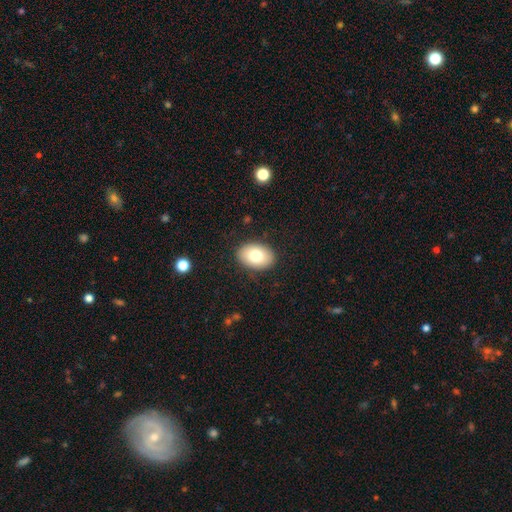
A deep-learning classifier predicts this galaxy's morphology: Smooth or featured? smooth (79%)
How rounded? in between (86%)
Merging? none (88%)